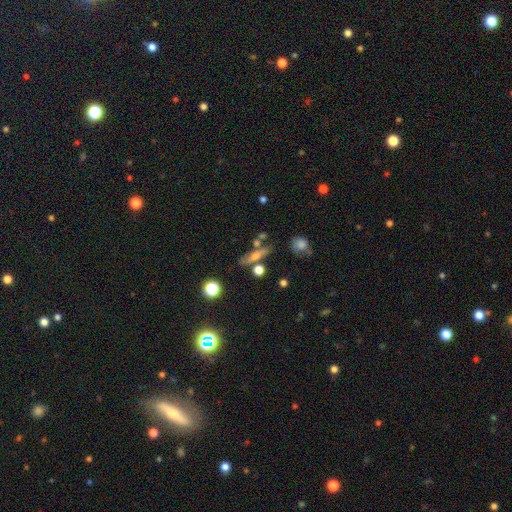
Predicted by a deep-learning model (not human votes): A smooth galaxy with no disk features (48%).

Vote fractions:
- Smooth or featured? smooth: 48% / featured or disk: 40% / star or artifact: 13%
- Merging? none: 69% / minor disturbance: 13% / merger: 12% / major disturbance: 5%